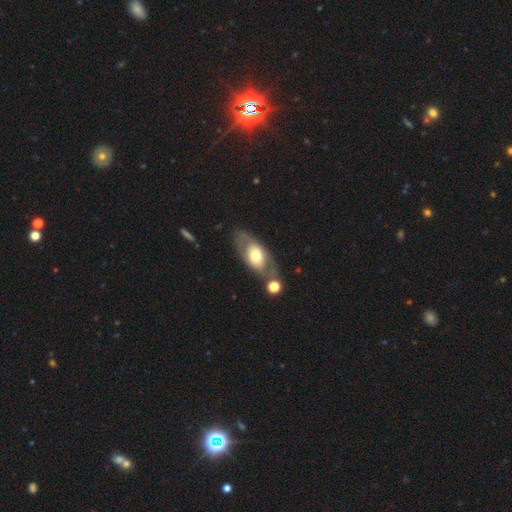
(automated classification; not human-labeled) Q: Smooth or featured?
A: smooth (49%); runner-up: featured or disk (44%)
Q: Merging?
A: none (64%); runner-up: minor disturbance (17%)